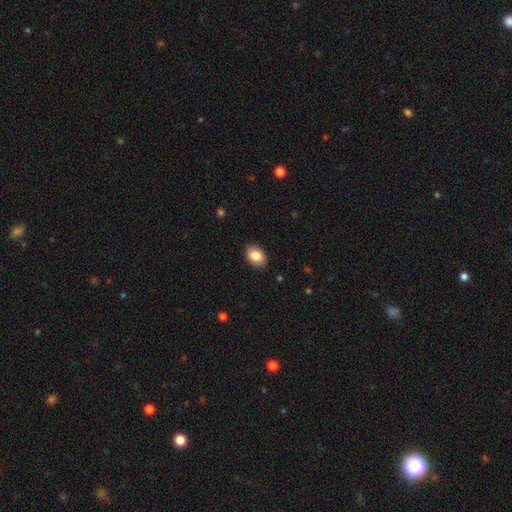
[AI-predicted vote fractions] Smooth or featured? Predicted: smooth (p=0.85). How rounded? Predicted: in between (p=0.76). Merging? Predicted: none (p=0.89).